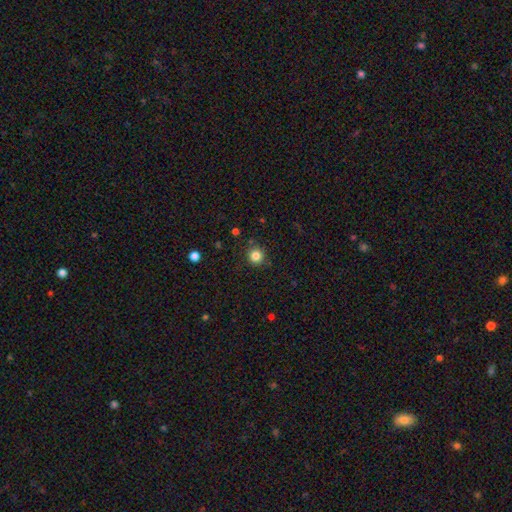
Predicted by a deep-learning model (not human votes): Smooth or featured? Predicted: smooth (p=0.83). How rounded? Predicted: round (p=0.94). Merging? Predicted: none (p=0.87).